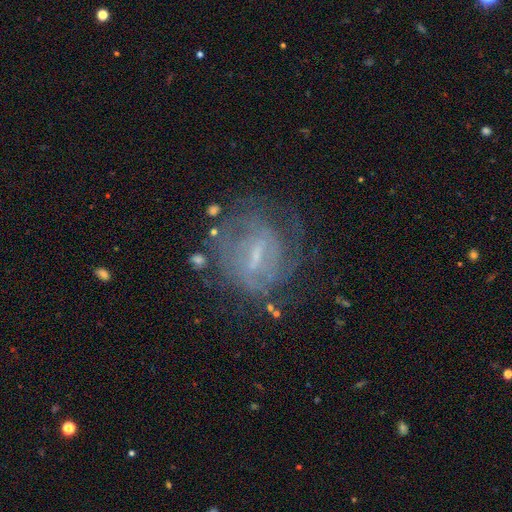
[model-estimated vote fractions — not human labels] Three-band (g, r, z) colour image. It shows a featured or disk galaxy (74%) with a weak bar (51%), tight (58%) spiral arms (72%) and a small central bulge (54%). Merging: none (62%).